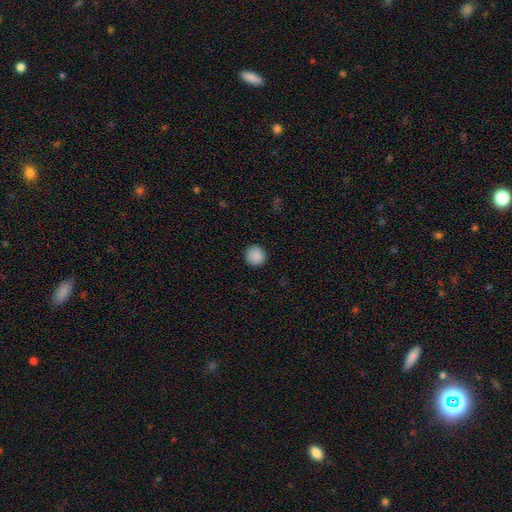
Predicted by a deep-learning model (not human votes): Smooth or featured? smooth (89%)
How rounded? round (94%)
Merging? none (91%)